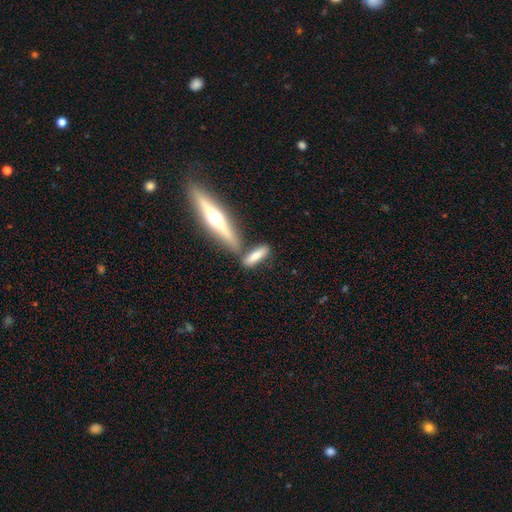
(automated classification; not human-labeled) smooth-or-featured: smooth: 64% | featured or disk: 29% | star or artifact: 7%
  how-rounded: cigar-shaped: 63% | in between: 34% | round: 3%
  merging: none: 59% | merger: 26% | minor disturbance: 11% | major disturbance: 4%